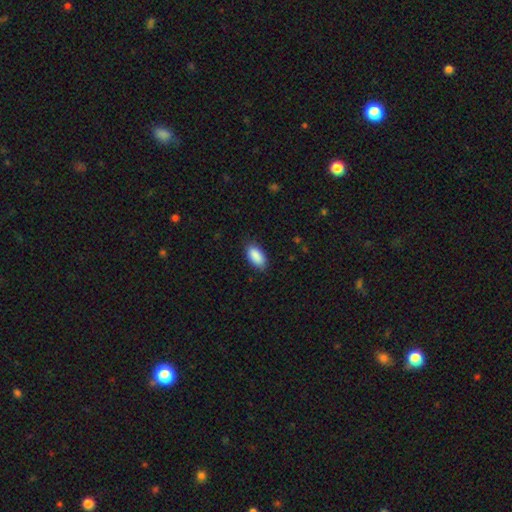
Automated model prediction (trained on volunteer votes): This is clearly a smooth galaxy (90%). How rounded: clearly in between (93%). Merging: clearly none (85%).